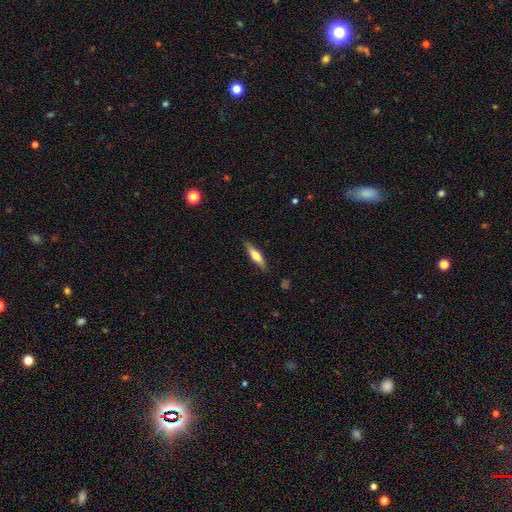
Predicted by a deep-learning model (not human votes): Q: Smooth or featured?
A: smooth (54%); runner-up: featured or disk (40%)
Q: How rounded?
A: cigar-shaped (74%); runner-up: in between (24%)
Q: Merging?
A: none (86%); runner-up: minor disturbance (10%)